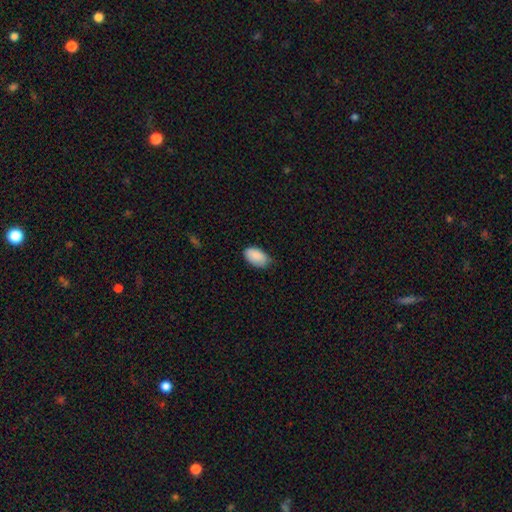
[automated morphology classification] type=smooth (89%); roundness=in between (94%); merging=none (65%).